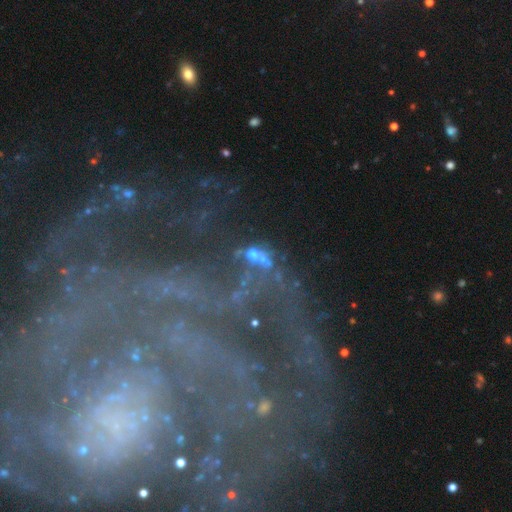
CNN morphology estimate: type=star or artifact (37%).